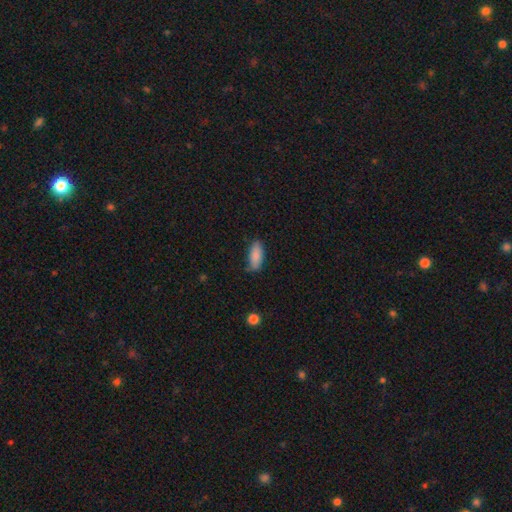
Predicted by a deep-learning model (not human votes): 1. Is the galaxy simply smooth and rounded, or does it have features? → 86% smooth, 7% star or artifact, 7% featured or disk.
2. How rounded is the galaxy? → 81% in between, 17% cigar-shaped, 2% round.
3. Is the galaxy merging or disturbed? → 67% none, 26% minor disturbance, 5% major disturbance, 2% merger.